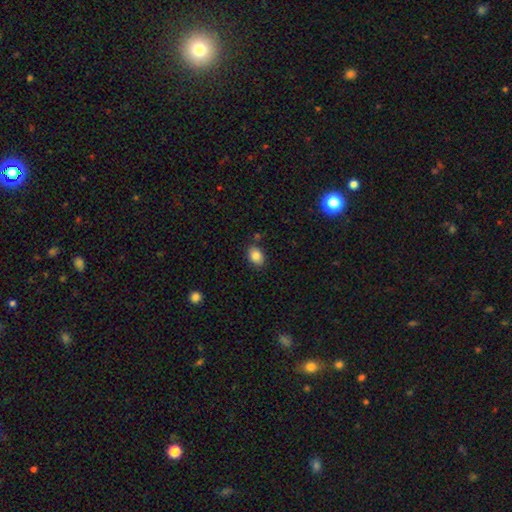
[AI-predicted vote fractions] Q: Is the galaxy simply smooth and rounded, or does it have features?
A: smooth — 86%.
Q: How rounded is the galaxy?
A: in between — 72%.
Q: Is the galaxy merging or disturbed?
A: none — 81%.